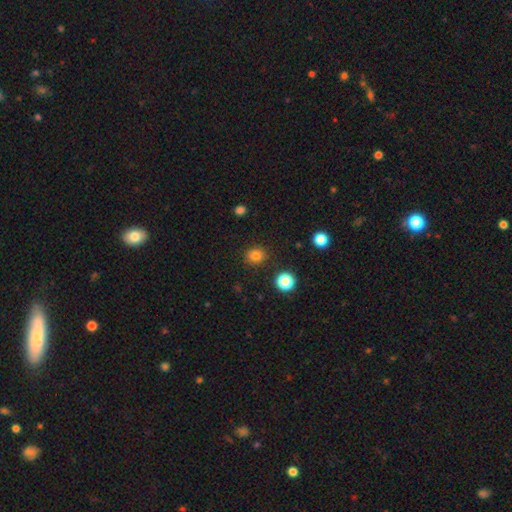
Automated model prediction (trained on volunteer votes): Morphology: type=smooth (80%); roundness=round (83%); merging=none (89%).